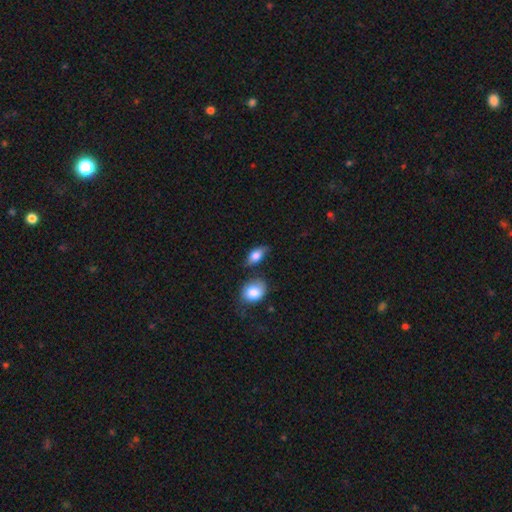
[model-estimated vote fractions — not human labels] smooth 73%, featured or disk 19%, star or artifact 8%. Down the decision tree: how rounded — in between (80%); merging — none (60%).